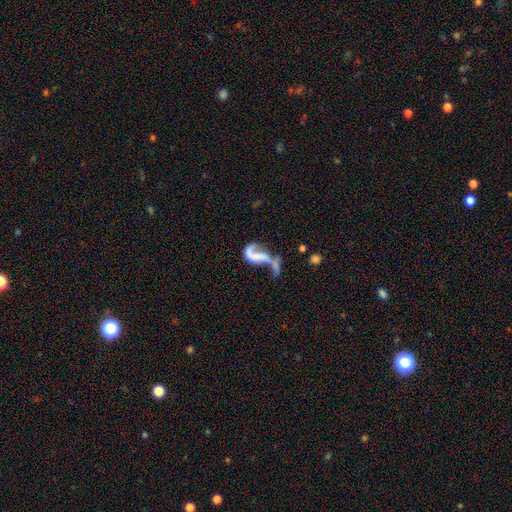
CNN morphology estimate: Overall: featured or disk (68%). Edge-on disk: no (96%). Bar: no (52%; weak 26%). Spiral arms: yes (71%). Bulge size: none (67%). Merging: merger (41%; major disturbance 31%).